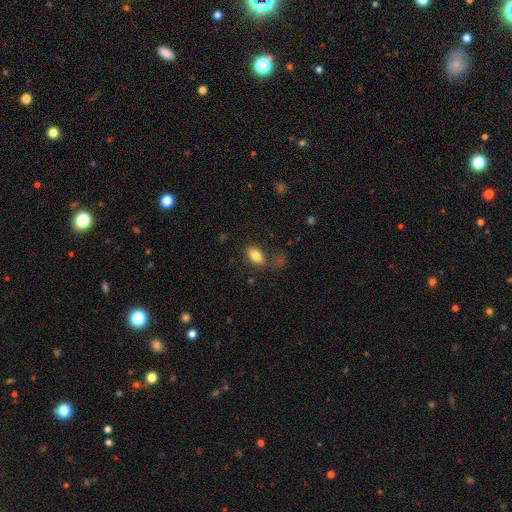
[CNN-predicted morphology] A smooth galaxy with no disk features (82%) that is in between round and cigar-shaped (90%). Merging: none (68%).